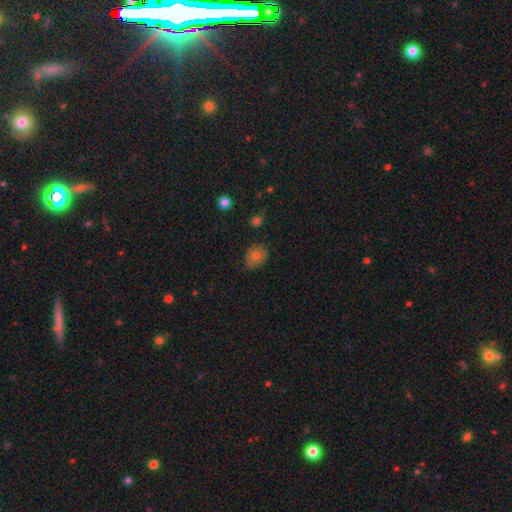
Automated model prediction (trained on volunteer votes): A smooth galaxy with no disk features (77%) that is round (58%). Merging: none (66%).